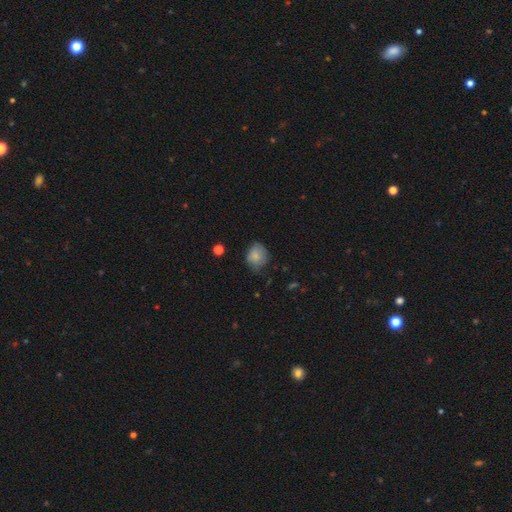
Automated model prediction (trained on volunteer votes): This is clearly a smooth galaxy (81%). How rounded: likely round (63%). Merging: likely none (64%).